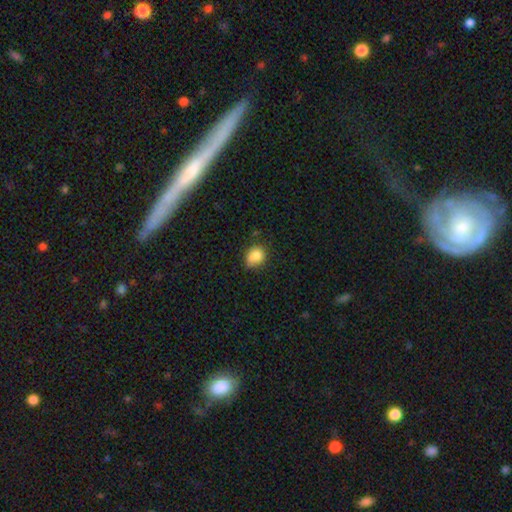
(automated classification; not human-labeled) smooth 84%, star or artifact 9%, featured or disk 7%. Down the decision tree: how rounded — in between (53%); merging — none (59%).